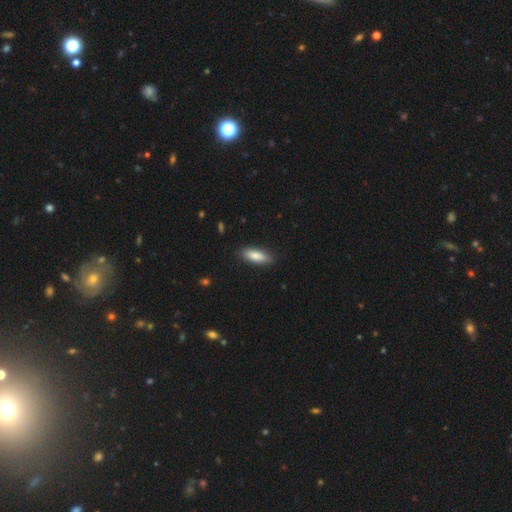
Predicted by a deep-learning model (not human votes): Smooth or featured? Predicted: smooth (p=0.85). How rounded? Predicted: in between (p=0.66). Merging? Predicted: none (p=0.86).